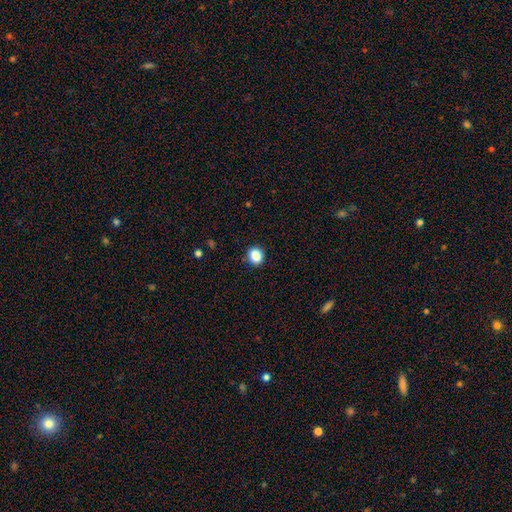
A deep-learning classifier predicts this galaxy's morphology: Smooth or featured? smooth (88%)
How rounded? round (79%)
Merging? none (90%)